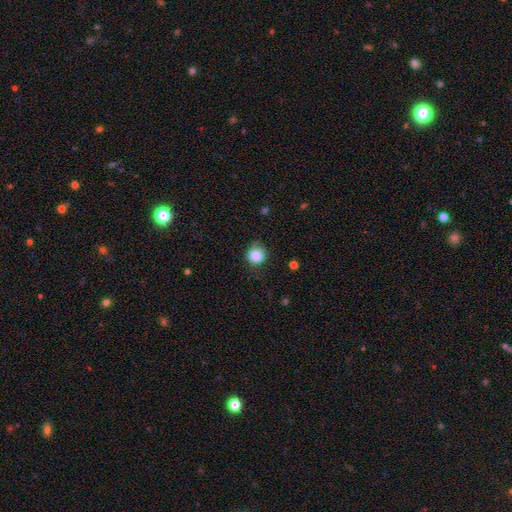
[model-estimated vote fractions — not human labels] A smooth galaxy with no disk features (85%) that is round (84%). Merging: none (70%).